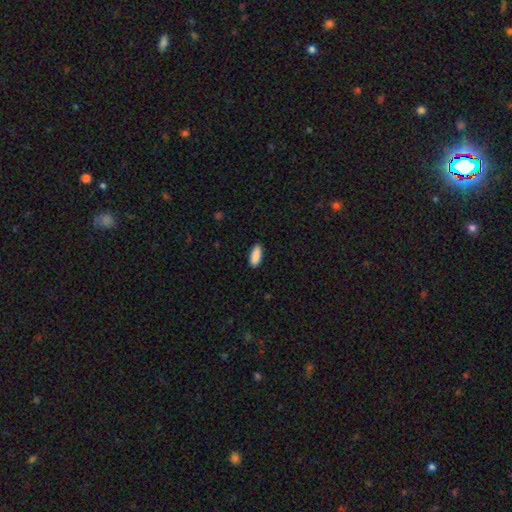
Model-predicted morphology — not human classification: smooth 90%, star or artifact 6%, featured or disk 4%. Down the decision tree: how rounded — in between (77%); merging — none (90%).